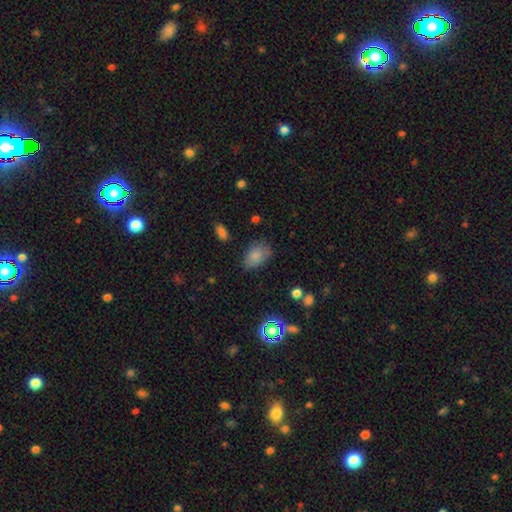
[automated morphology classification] Smooth or featured? smooth (83%)
How rounded? in between (87%)
Merging? none (72%)